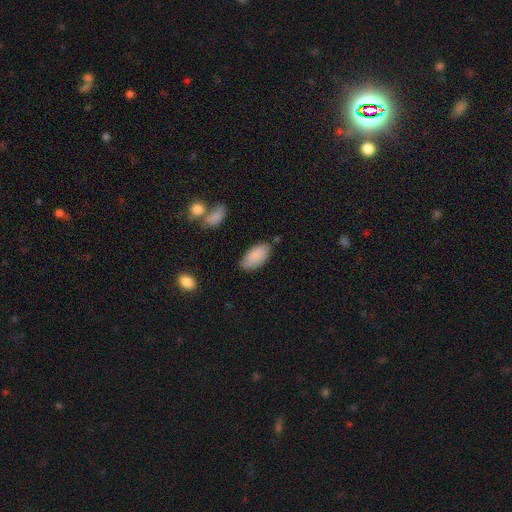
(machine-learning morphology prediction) The model was most divided on "merging": none: 77%, minor disturbance: 16%, major disturbance: 4%, merger: 3%. More confident: how rounded — in between (93%); smooth or featured — smooth (88%).